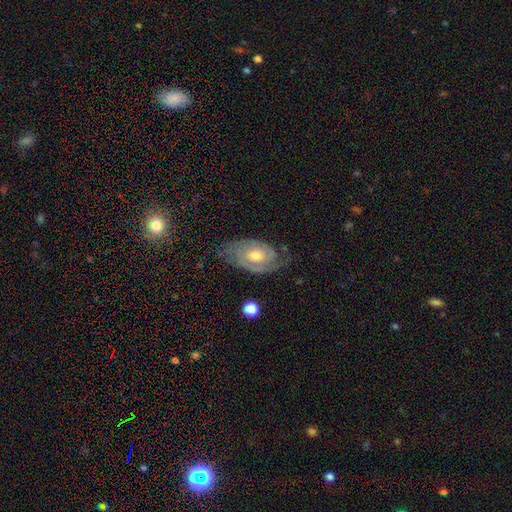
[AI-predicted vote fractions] smooth_or_featured: featured or disk (p=0.79) [alt: smooth p=0.15]
disk_edge_on: no (p=0.95) [alt: yes p=0.05]
bar: no (p=0.68) [alt: weak p=0.27]
has_spiral_arms: yes (p=0.92) [alt: no p=0.08]
spiral_winding: tight (p=0.61) [alt: medium p=0.31]
spiral_arm_count: 2 (p=0.63) [alt: can't tell p=0.20]
bulge_size: moderate (p=0.69) [alt: small p=0.22]
merging: none (p=0.68) [alt: minor disturbance p=0.22]